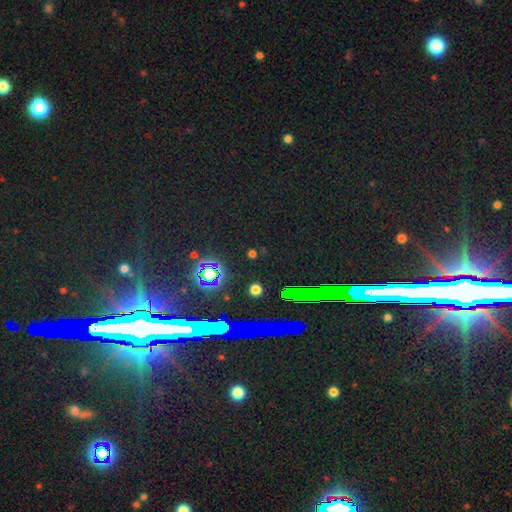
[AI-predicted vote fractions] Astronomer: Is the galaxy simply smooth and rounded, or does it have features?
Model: star or artifact — 81%.